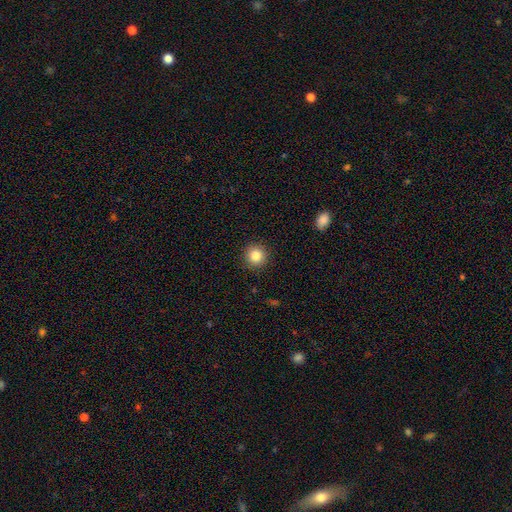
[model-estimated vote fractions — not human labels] Morphology: type=smooth (84%); roundness=round (94%); merging=none (92%).